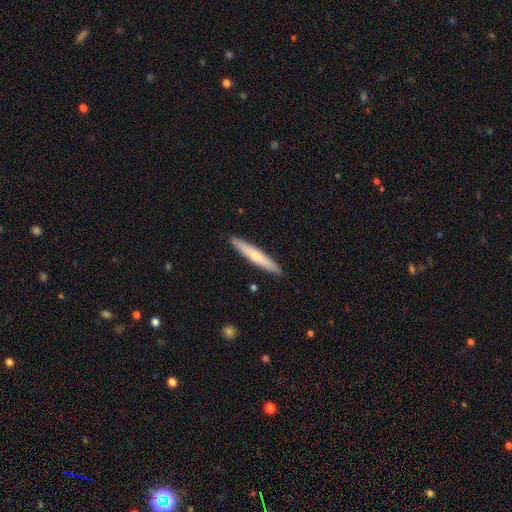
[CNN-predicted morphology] Smooth or featured: smooth — 62% (featured or disk — 33%)
How rounded: cigar-shaped — 94% (in between — 5%)
Merging: none — 91% (minor disturbance — 7%)